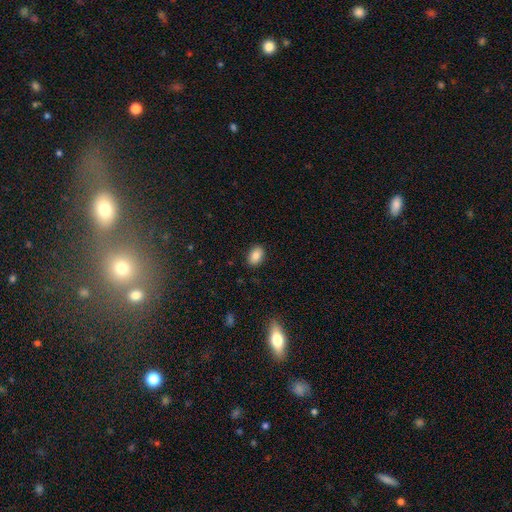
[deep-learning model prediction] Smooth or featured? smooth (87%)
How rounded? in between (87%)
Merging? none (89%)